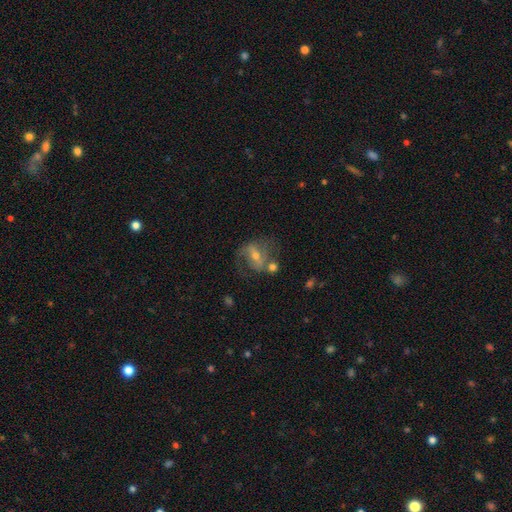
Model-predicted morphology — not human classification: smooth_or_featured: featured or disk (p=0.69) [alt: smooth p=0.22]
disk_edge_on: no (p=0.95) [alt: yes p=0.05]
bar: strong (p=0.41) [alt: weak p=0.39]
has_spiral_arms: yes (p=0.79) [alt: no p=0.21]
spiral_winding: medium (p=0.44) [alt: loose p=0.39]
spiral_arm_count: 2 (p=0.70) [alt: 1 p=0.16]
bulge_size: moderate (p=0.55) [alt: small p=0.38]
merging: none (p=0.47) [alt: minor disturbance p=0.19]